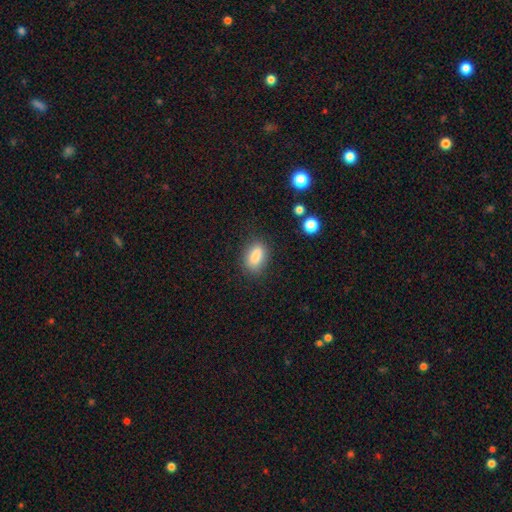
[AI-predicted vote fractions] Overall: smooth (85%). How rounded: in between (85%). Merging: none (80%).